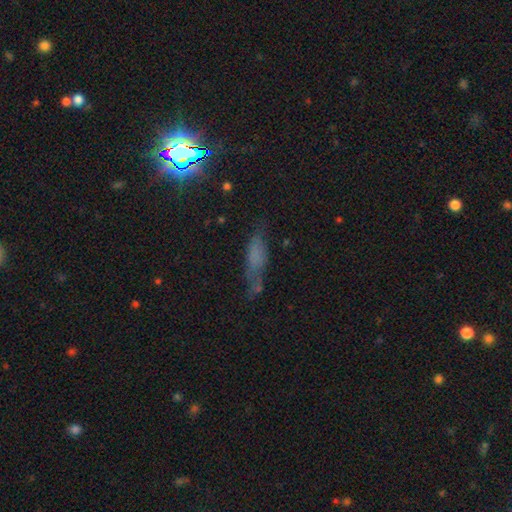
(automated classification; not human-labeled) smooth 51%, featured or disk 26%, star or artifact 22%. Down the decision tree: how rounded — cigar-shaped (61%); merging — none (53%).